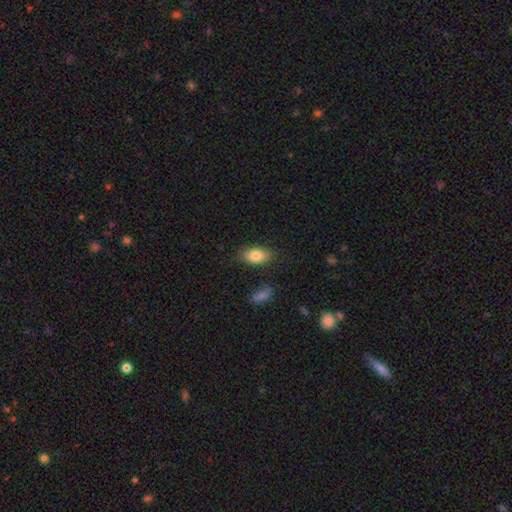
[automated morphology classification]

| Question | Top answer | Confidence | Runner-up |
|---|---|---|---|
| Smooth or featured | smooth | 83% | featured or disk (10%) |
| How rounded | in between | 90% | round (7%) |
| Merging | none | 81% | minor disturbance (14%) |